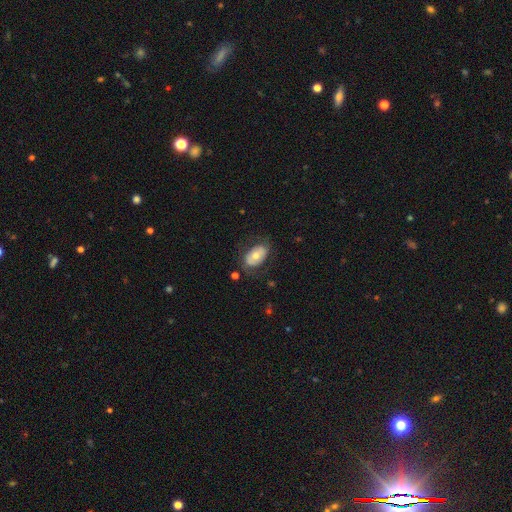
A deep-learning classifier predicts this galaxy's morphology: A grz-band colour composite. It shows a smooth galaxy with no disk features (58%) that is in between round and cigar-shaped (90%). Merging: none (70%).